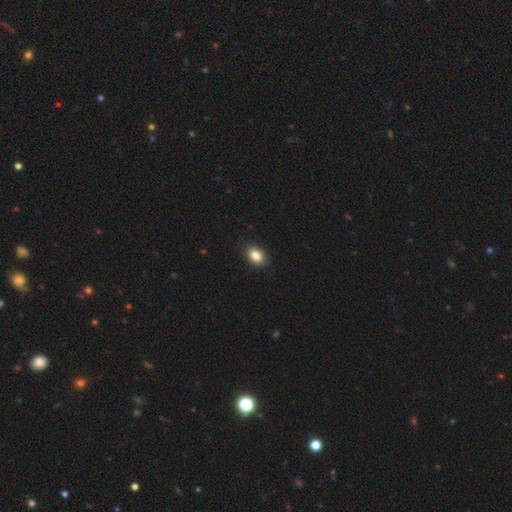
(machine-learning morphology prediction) This appears to be a smooth galaxy with no disk features (85%) that is in between round and cigar-shaped (79%). Merging: none (89%).